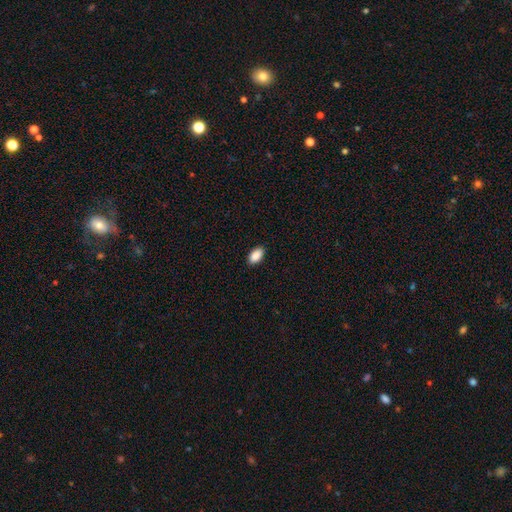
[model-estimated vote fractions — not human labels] Q: Smooth or featured?
A: smooth (90%); runner-up: star or artifact (7%)
Q: How rounded?
A: in between (94%); runner-up: round (4%)
Q: Merging?
A: none (90%); runner-up: minor disturbance (7%)